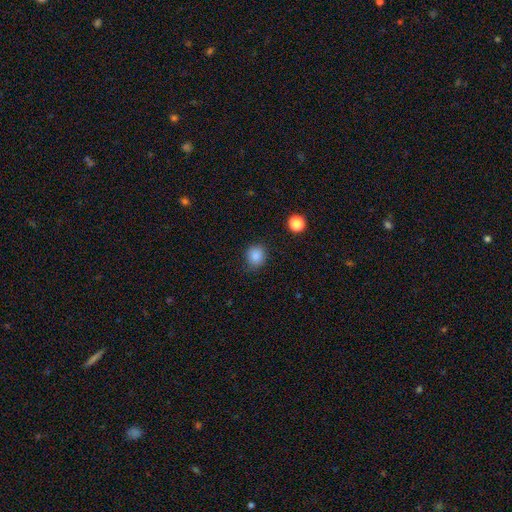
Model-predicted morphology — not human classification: A smooth galaxy with no disk features (86%) that is round (79%). Merging: none (83%).